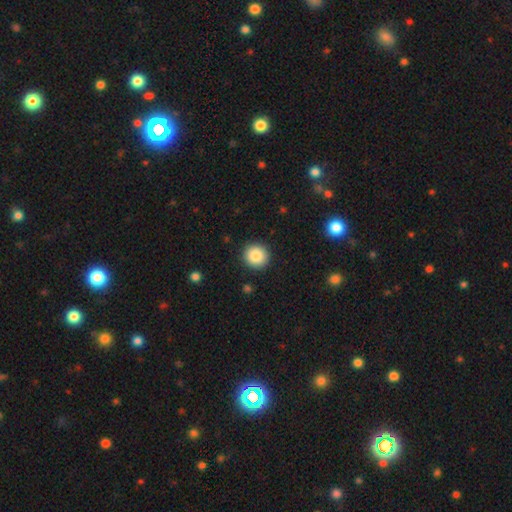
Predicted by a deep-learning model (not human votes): This is clearly a smooth galaxy (86%). How rounded: clearly round (94%). Merging: clearly none (92%).